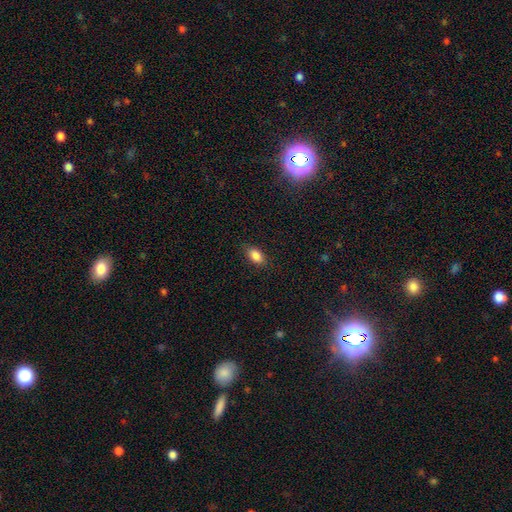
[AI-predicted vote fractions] This is clearly a smooth galaxy (86%). How rounded: clearly in between (88%). Merging: clearly none (85%).